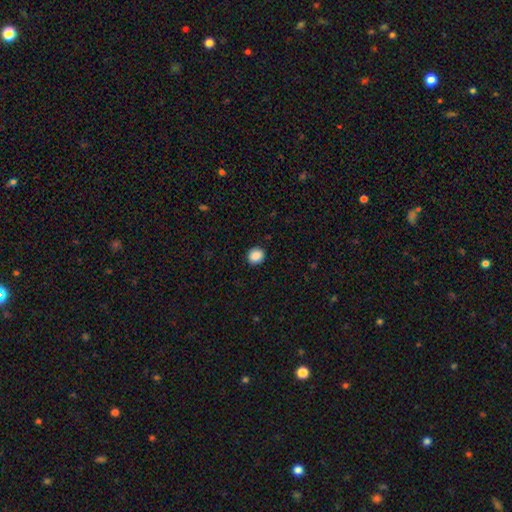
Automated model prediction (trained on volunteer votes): A smooth galaxy with no disk features (88%) that is round (82%).

Vote fractions:
- Smooth or featured? smooth: 88% / star or artifact: 9% / featured or disk: 3%
- How rounded? round: 82% / in between: 17% / cigar-shaped: 1%
- Merging? none: 91% / minor disturbance: 6% / major disturbance: 2% / merger: 1%